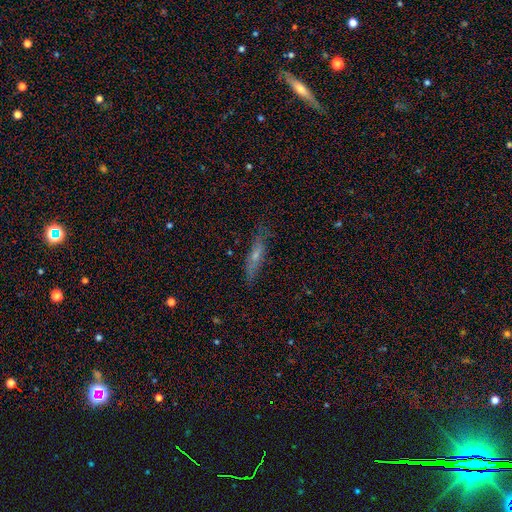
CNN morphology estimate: Overall: smooth (48%; featured or disk 43%). Merging: none (77%).